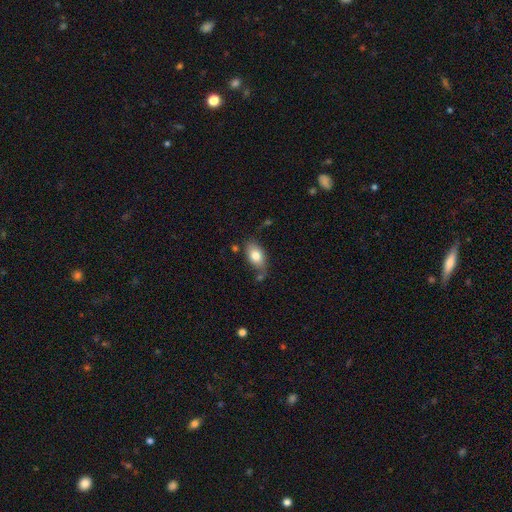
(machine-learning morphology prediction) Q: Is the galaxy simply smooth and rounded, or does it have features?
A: smooth — 79%.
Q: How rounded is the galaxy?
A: in between — 91%.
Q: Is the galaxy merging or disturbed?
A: none — 68%.